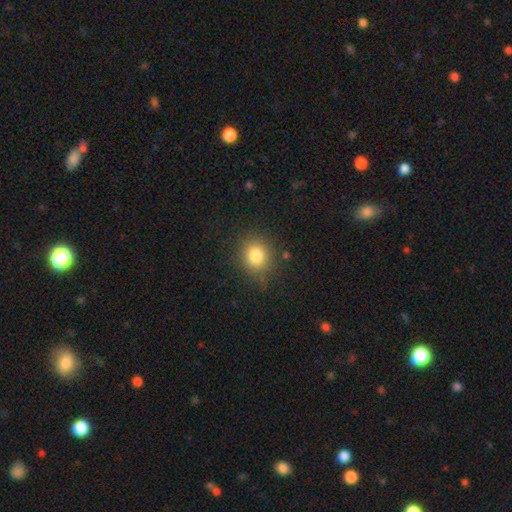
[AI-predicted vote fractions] Smooth or featured? Predicted: smooth (p=0.81). How rounded? Predicted: round (p=0.80). Merging? Predicted: none (p=0.84).